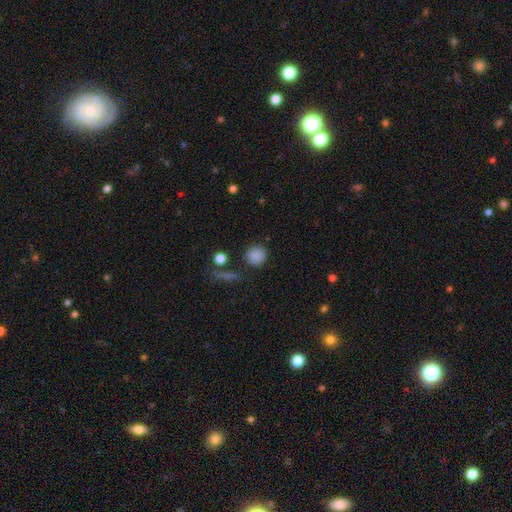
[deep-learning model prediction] This appears to be a smooth galaxy with no disk features (84%) that is round (91%). Merging: none (82%).